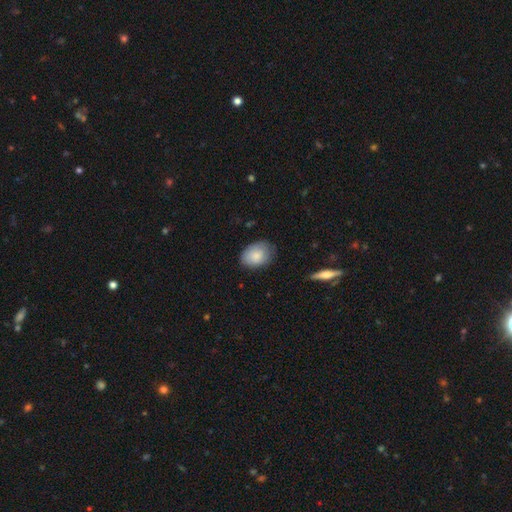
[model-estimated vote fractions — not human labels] Morphology: type=smooth (84%); roundness=in between (77%); merging=none (74%).